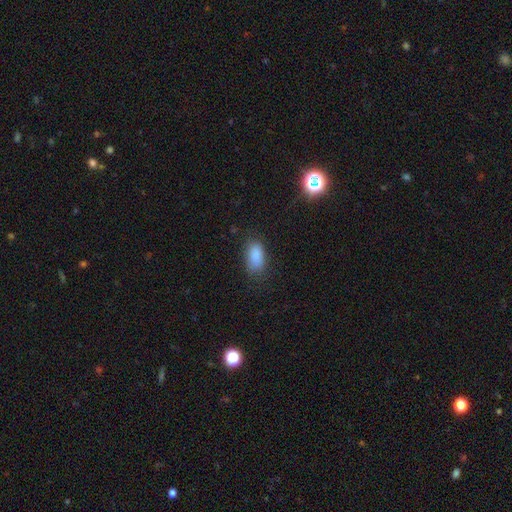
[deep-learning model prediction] smooth_or_featured: smooth (p=0.87) [alt: star or artifact p=0.08]
how_rounded: in between (p=0.91) [alt: cigar-shaped p=0.04]
merging: none (p=0.75) [alt: minor disturbance p=0.18]